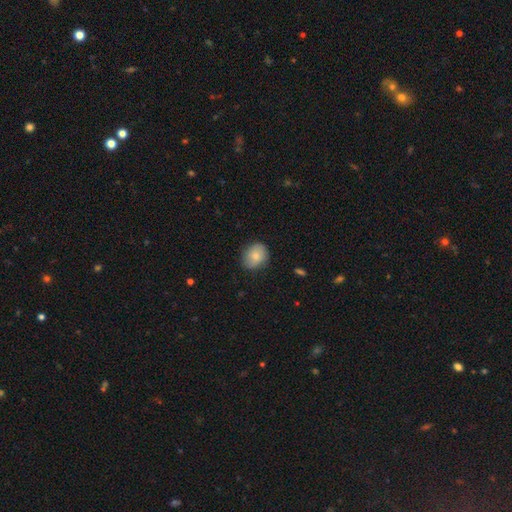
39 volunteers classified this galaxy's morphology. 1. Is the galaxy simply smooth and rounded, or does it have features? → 74% smooth, 23% featured or disk, 3% star or artifact.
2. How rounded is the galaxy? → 69% round, 31% in between, 0% cigar-shaped.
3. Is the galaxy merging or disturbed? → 84% none, 13% minor disturbance, 3% major disturbance, 0% merger.